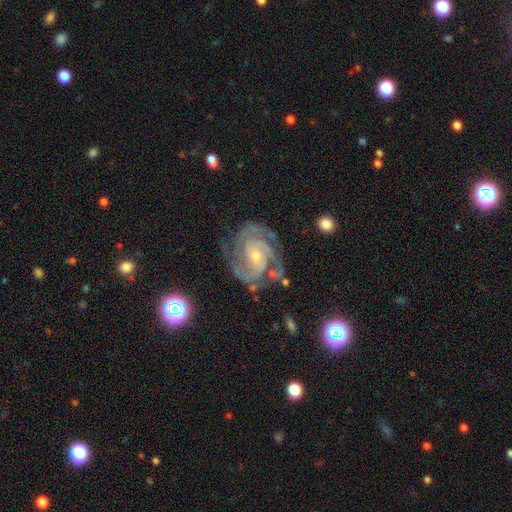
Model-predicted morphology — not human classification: Smooth or featured?
  - featured or disk: 92% *
  - star or artifact: 5%
  - smooth: 3%
Edge-on disk?
  - no: 98% *
  - yes: 2%
Bar?
  - no: 62% *
  - weak: 28%
  - strong: 10%
Spiral arms?
  - yes: 98% *
  - no: 2%
Spiral winding?
  - tight: 58% *
  - medium: 38%
  - loose: 5%
Spiral arm count?
  - 3: 39% *
  - 2: 27%
  - 4: 14%
  - can't tell: 10%
  - more than 4: 5%
  - 1: 5%
Bulge size?
  - small: 70% *
  - moderate: 27%
  - none: 1%
  - large: 1%
  - dominant: 1%
Merging?
  - none: 72% *
  - minor disturbance: 18%
  - major disturbance: 8%
  - merger: 2%